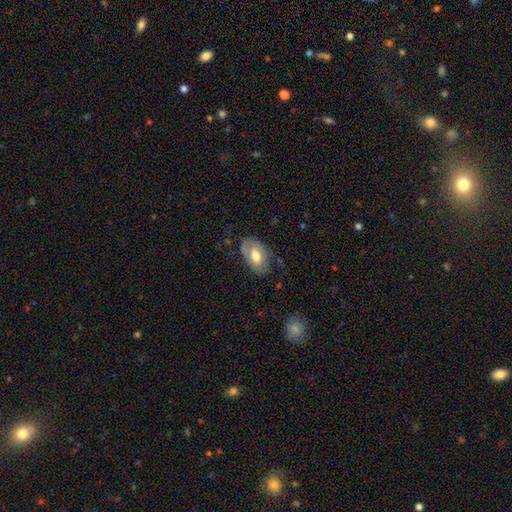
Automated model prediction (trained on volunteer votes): Smooth or featured?
  - smooth: 55% *
  - featured or disk: 39%
  - star or artifact: 6%
How rounded?
  - in between: 92% *
  - round: 7%
  - cigar-shaped: 2%
Merging?
  - none: 68% *
  - minor disturbance: 23%
  - major disturbance: 8%
  - merger: 1%